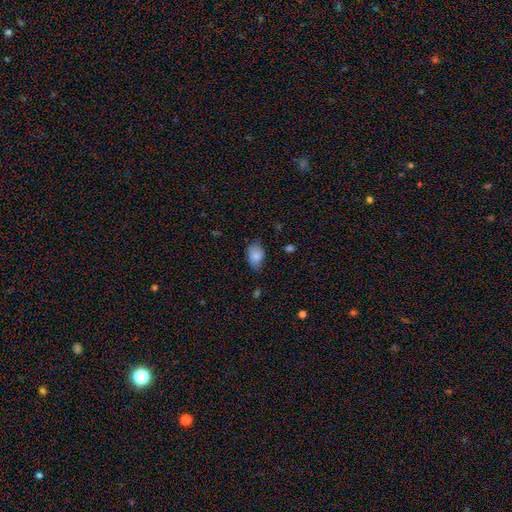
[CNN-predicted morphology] This is clearly a smooth galaxy (84%). How rounded: clearly in between (84%). Merging: likely none (65%).